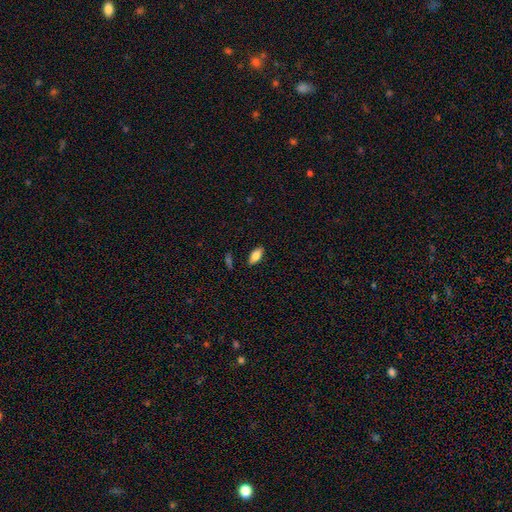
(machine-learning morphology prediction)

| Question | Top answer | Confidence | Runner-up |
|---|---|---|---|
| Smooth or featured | smooth | 82% | featured or disk (11%) |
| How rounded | in between | 89% | cigar-shaped (9%) |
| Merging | none | 87% | minor disturbance (9%) |